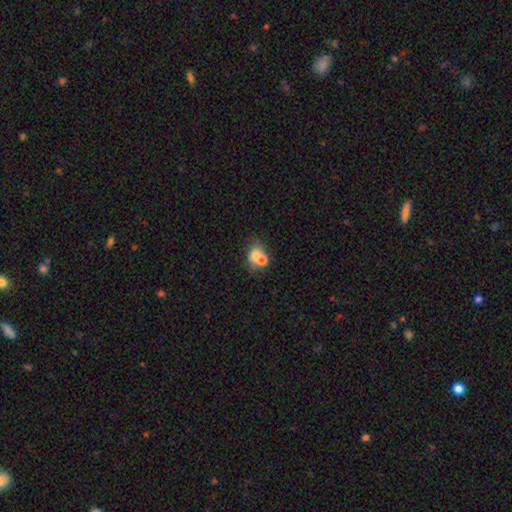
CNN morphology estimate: Smooth or featured? smooth (67%)
How rounded? round (53%)
Merging? merger (53%)